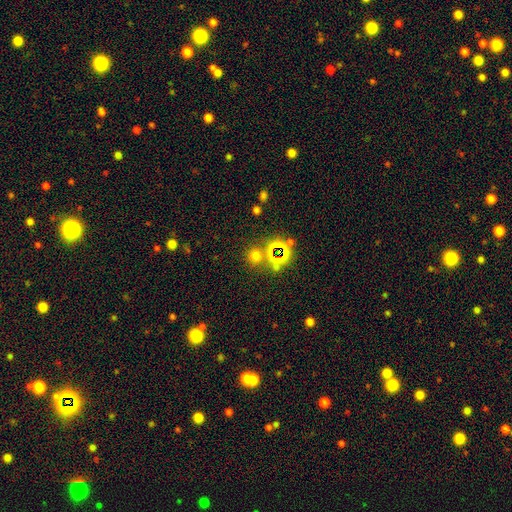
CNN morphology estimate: The model was most divided on "smooth or featured": smooth: 59%, star or artifact: 34%, featured or disk: 7%. More confident: how rounded — round (89%); merging — none (75%).